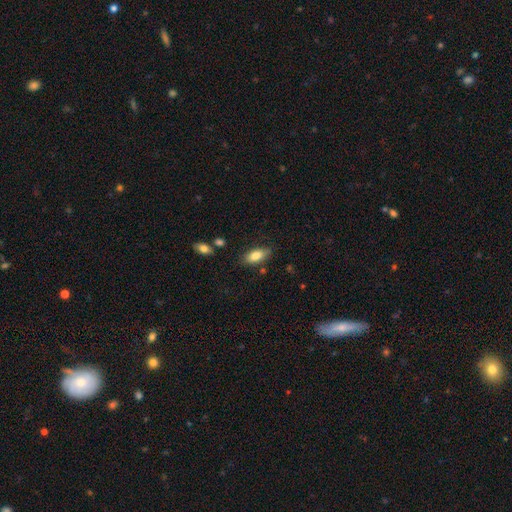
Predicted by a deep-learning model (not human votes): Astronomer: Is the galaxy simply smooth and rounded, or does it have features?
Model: smooth — 81%.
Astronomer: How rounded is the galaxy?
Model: in between — 86%.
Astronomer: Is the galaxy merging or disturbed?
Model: none — 79%.